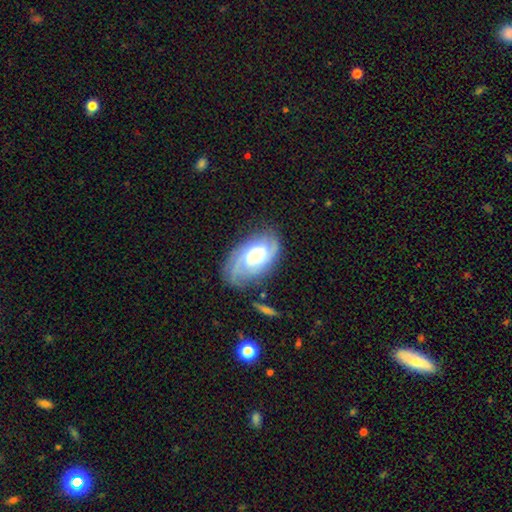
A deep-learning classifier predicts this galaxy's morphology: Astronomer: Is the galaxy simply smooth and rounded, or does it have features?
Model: featured or disk — 74%.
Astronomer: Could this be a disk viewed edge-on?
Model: no — 95%.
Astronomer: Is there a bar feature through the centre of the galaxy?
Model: no — 60%.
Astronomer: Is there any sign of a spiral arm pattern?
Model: yes — 94%.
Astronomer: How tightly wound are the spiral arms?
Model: tight — 49% (runner-up: medium, 38%).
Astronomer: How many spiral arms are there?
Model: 2 — 35% (runner-up: can't tell, 28%).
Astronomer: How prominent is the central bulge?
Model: moderate — 39% (runner-up: large, 33%).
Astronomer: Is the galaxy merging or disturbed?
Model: none — 67%.